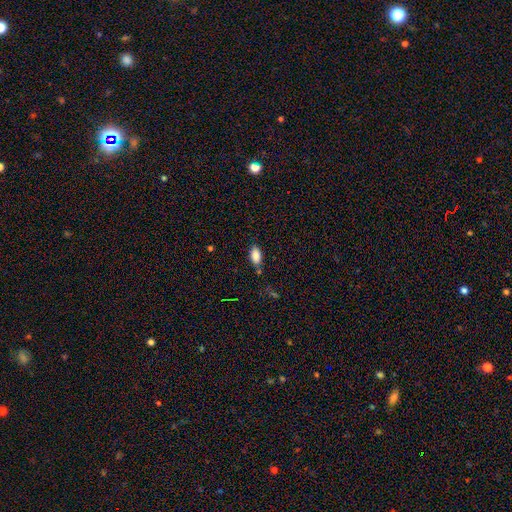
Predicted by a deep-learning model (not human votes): A smooth galaxy with no disk features (87%) that is in between round and cigar-shaped (91%).

Vote fractions:
- Smooth or featured? smooth: 87% / star or artifact: 8% / featured or disk: 5%
- How rounded? in between: 91% / cigar-shaped: 5% / round: 3%
- Merging? none: 75% / minor disturbance: 16% / merger: 5% / major disturbance: 4%